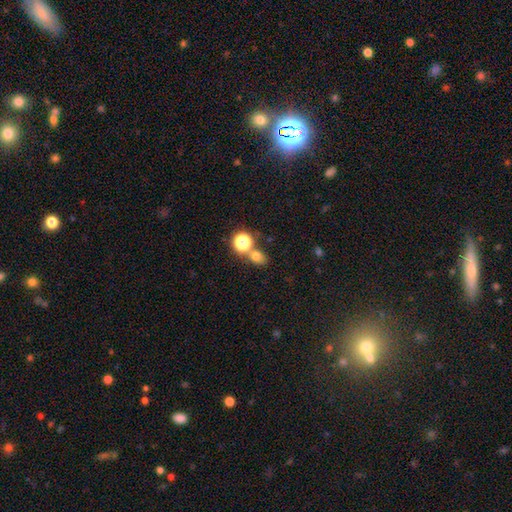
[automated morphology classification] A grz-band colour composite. It shows a smooth galaxy with no disk features (70%) that is round (52%). Merging: none (57%).